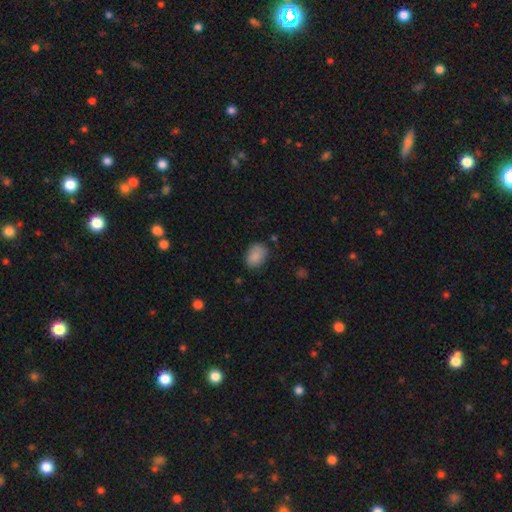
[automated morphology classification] Q: Smooth or featured?
A: smooth (87%); runner-up: star or artifact (8%)
Q: How rounded?
A: in between (78%); runner-up: round (21%)
Q: Merging?
A: none (74%); runner-up: minor disturbance (20%)